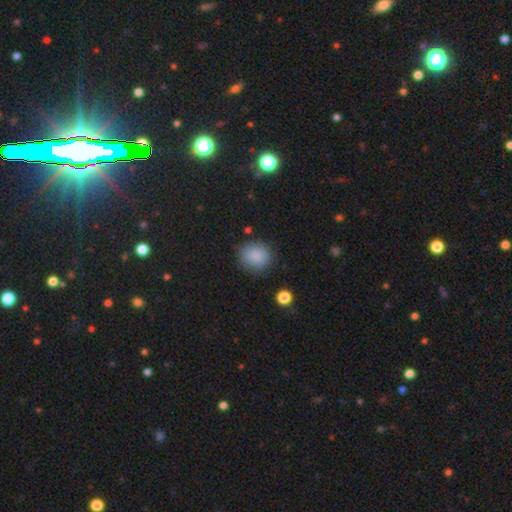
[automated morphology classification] Smooth or featured? smooth (86%)
How rounded? round (79%)
Merging? none (80%)